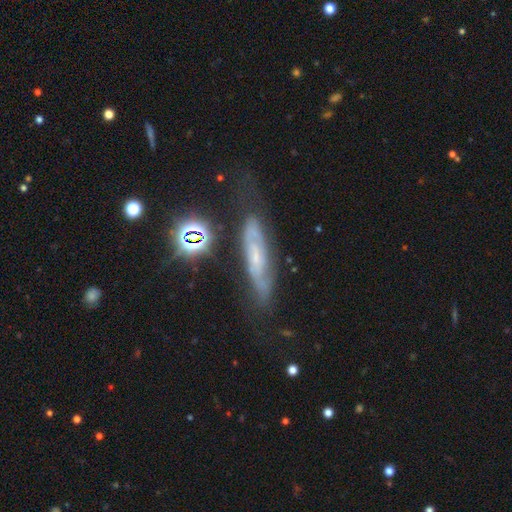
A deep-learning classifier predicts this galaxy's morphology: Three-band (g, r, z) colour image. It shows a featured or disk galaxy (67%). Merging: none (60%).